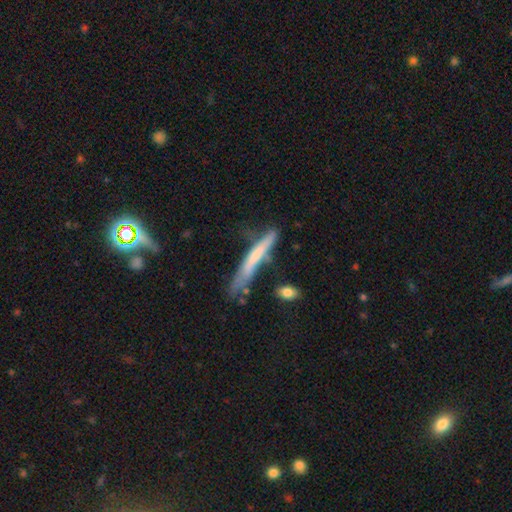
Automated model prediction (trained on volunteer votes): Smooth or featured: smooth — 53% (featured or disk — 40%)
How rounded: cigar-shaped — 94% (in between — 4%)
Merging: none — 54% (minor disturbance — 27%)